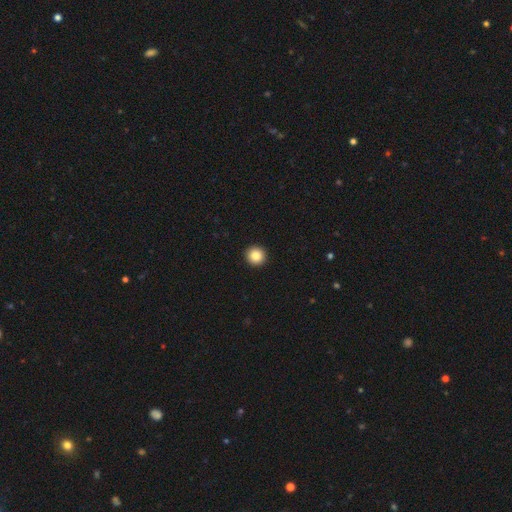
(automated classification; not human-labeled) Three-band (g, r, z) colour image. It shows a smooth galaxy with no disk features (85%) that is round (96%). Merging: none (94%).